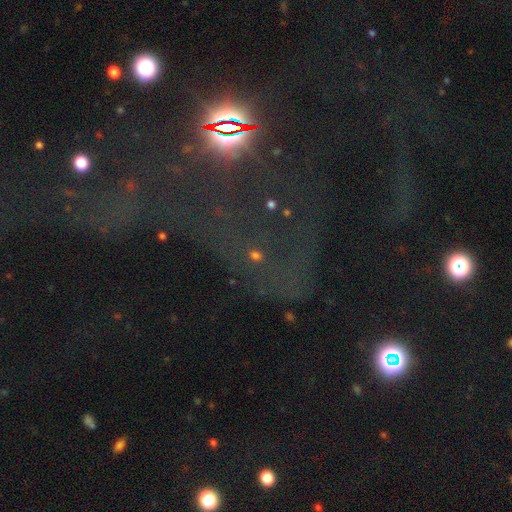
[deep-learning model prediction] This is likely a star or artifact rather than a galaxy (61%).